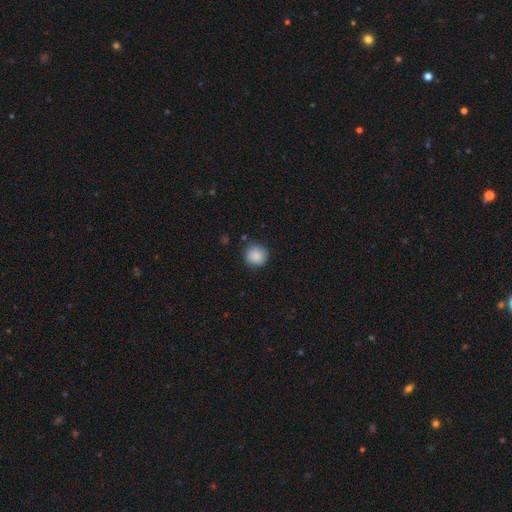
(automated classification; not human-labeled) A smooth galaxy with no disk features (86%) that is round (92%). Merging: none (81%).